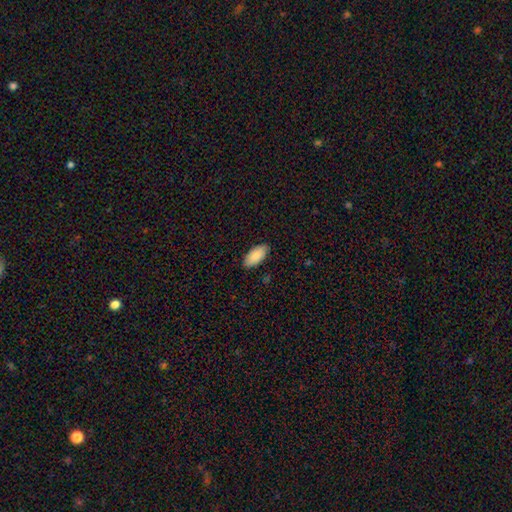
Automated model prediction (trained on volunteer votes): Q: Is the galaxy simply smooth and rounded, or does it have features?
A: smooth — 89%.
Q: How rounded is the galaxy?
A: in between — 92%.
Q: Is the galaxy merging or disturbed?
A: none — 88%.